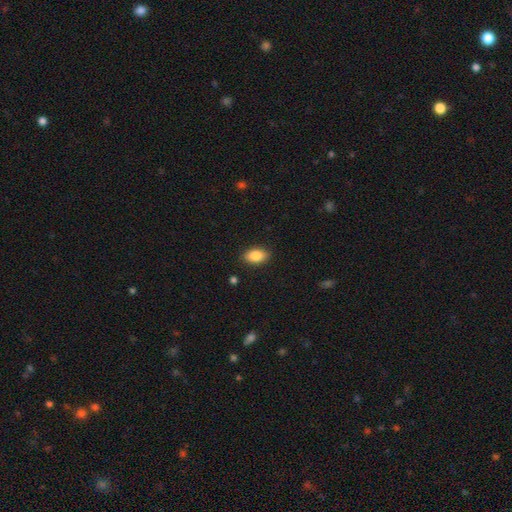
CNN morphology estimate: A smooth galaxy with no disk features (85%) that is in between round and cigar-shaped (90%). Merging: none (88%).